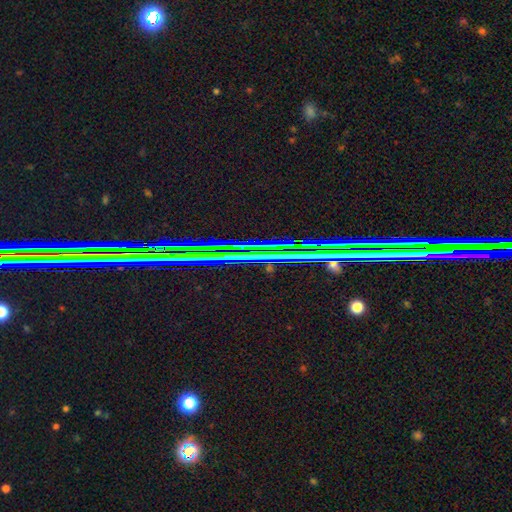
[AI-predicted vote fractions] The model was most divided on "smooth or featured": star or artifact: 78%, featured or disk: 13%, smooth: 9%.